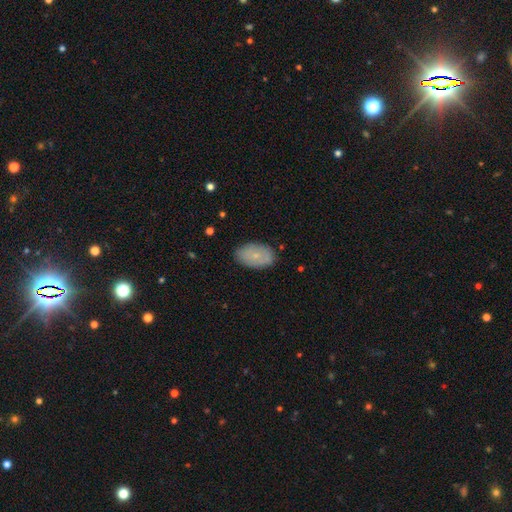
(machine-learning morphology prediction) smooth_or_featured: smooth (p=0.73) [alt: featured or disk p=0.20]
how_rounded: in between (p=0.91) [alt: round p=0.08]
merging: none (p=0.84) [alt: minor disturbance p=0.13]